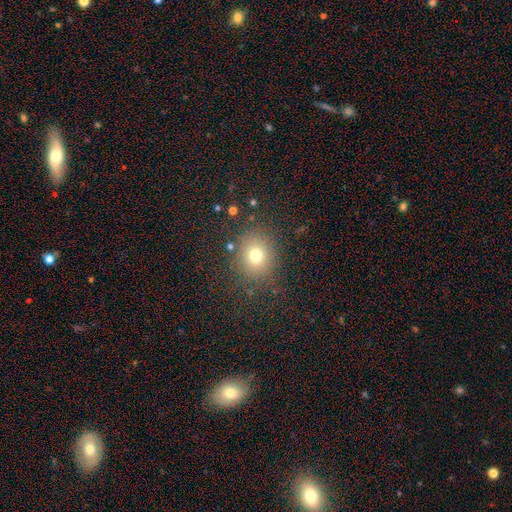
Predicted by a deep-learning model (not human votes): The model was most divided on "how rounded": round: 76%, in between: 23%, cigar-shaped: 1%. More confident: merging — none (83%); smooth or featured — smooth (73%).